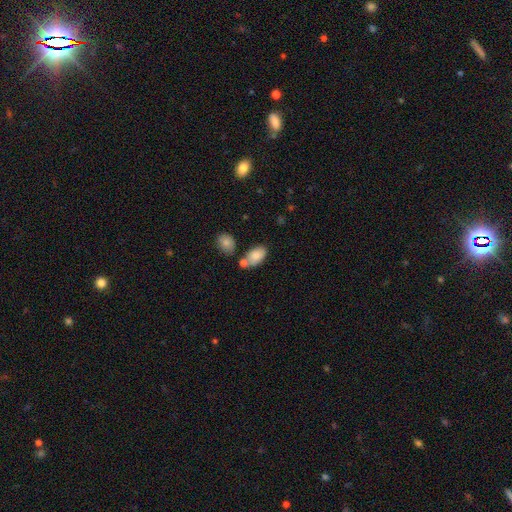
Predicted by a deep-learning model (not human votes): Q: Smooth or featured?
A: smooth (84%); runner-up: featured or disk (9%)
Q: How rounded?
A: in between (92%); runner-up: round (6%)
Q: Merging?
A: none (55%); runner-up: merger (24%)